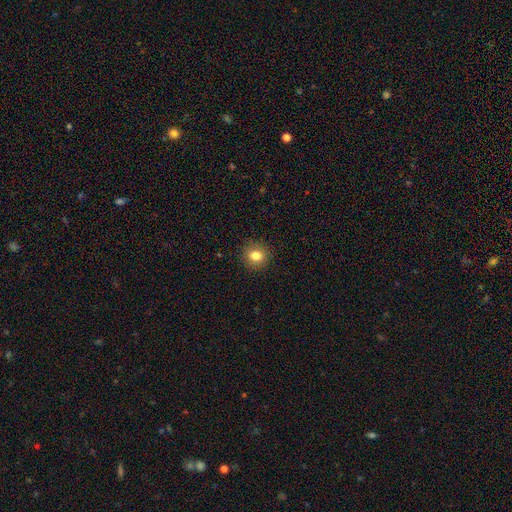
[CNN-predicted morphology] Smooth or featured? Predicted: smooth (p=0.82). How rounded? Predicted: round (p=0.78). Merging? Predicted: none (p=0.90).